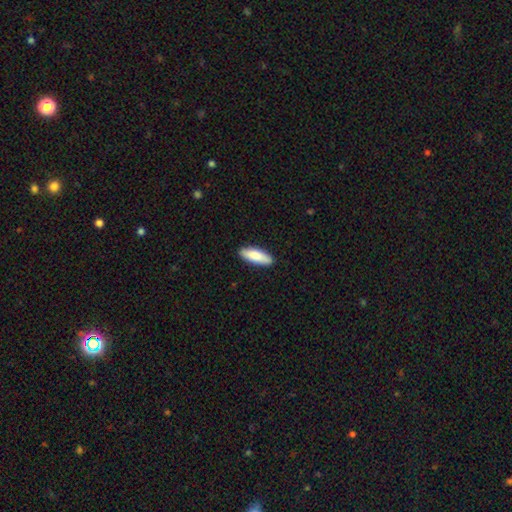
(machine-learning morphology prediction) smooth_or_featured: smooth (p=0.86) [alt: featured or disk p=0.09]
how_rounded: in between (p=0.61) [alt: cigar-shaped p=0.37]
merging: none (p=0.89) [alt: minor disturbance p=0.08]